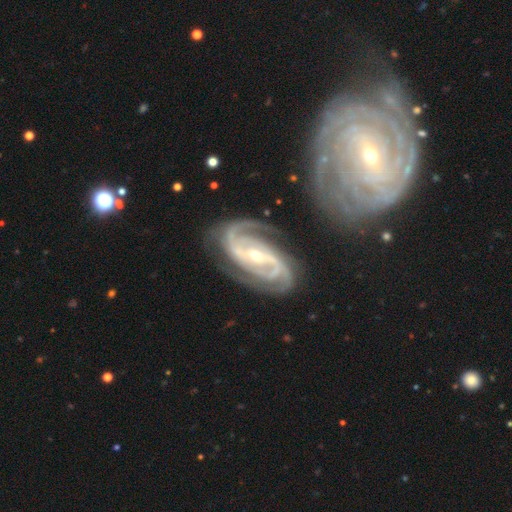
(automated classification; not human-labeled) Smooth or featured: featured or disk — 92% (star or artifact — 4%)
Edge-on disk: no — 97% (yes — 3%)
Bar: strong — 47% (weak — 32%)
Spiral arms: yes — 98% (no — 2%)
Spiral winding: tight — 50% (medium — 40%)
Spiral arm count: 2 — 51% (3 — 23%)
Bulge size: small — 60% (moderate — 37%)
Merging: none — 71% (minor disturbance — 17%)